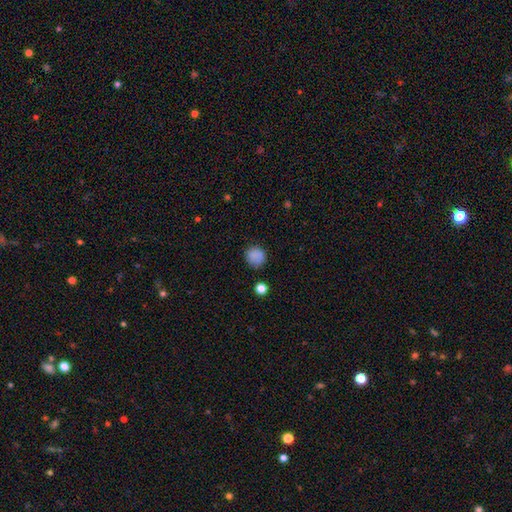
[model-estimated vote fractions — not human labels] smooth-or-featured: smooth: 84% | star or artifact: 10% | featured or disk: 6%
  how-rounded: round: 90% | in between: 9% | cigar-shaped: 1%
  merging: none: 82% | minor disturbance: 13% | major disturbance: 3% | merger: 2%